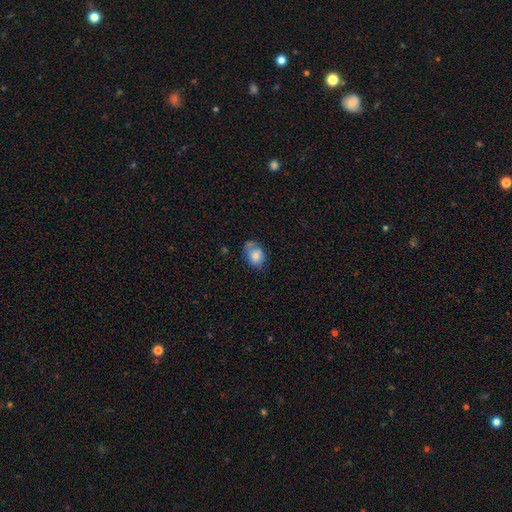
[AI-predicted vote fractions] Smooth or featured: smooth — 71% (featured or disk — 20%)
How rounded: in between — 69% (round — 30%)
Merging: none — 50% (minor disturbance — 31%)